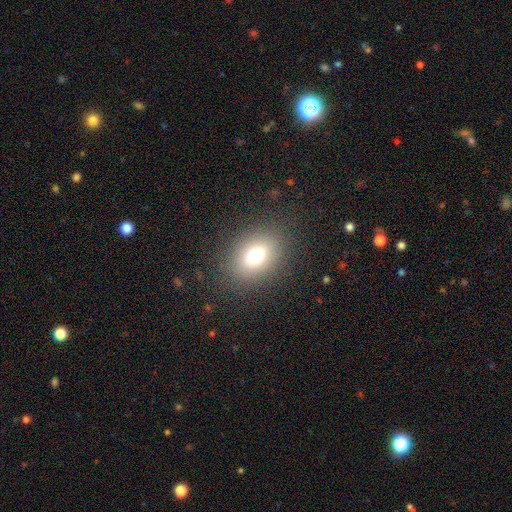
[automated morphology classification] Smooth or featured? smooth (72%)
How rounded? in between (66%)
Merging? none (85%)